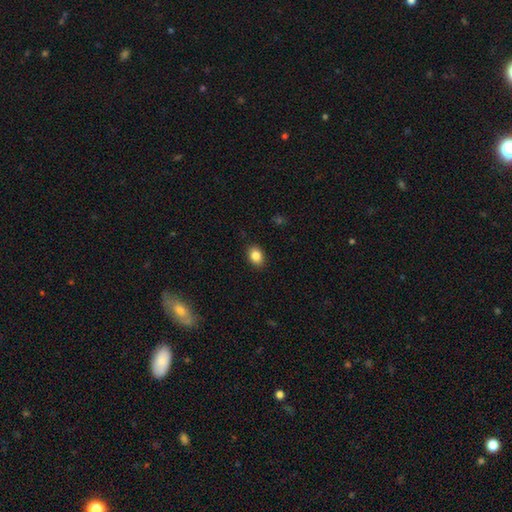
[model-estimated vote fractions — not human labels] smooth_or_featured: smooth (p=0.86) [alt: star or artifact p=0.09]
how_rounded: in between (p=0.65) [alt: round p=0.34]
merging: none (p=0.89) [alt: minor disturbance p=0.08]